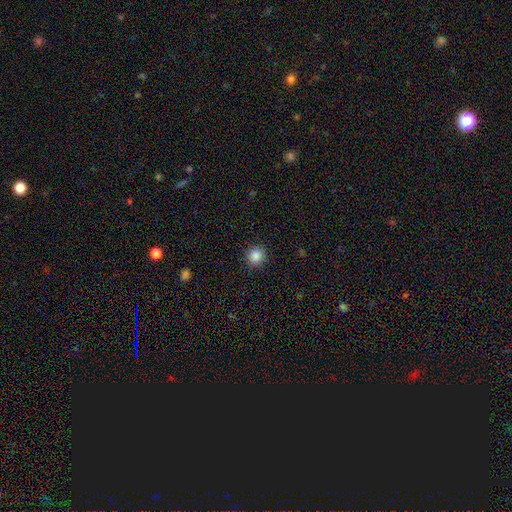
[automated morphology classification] A smooth galaxy with no disk features (86%) that is round (93%).

Vote fractions:
- Smooth or featured? smooth: 86% / star or artifact: 10% / featured or disk: 4%
- How rounded? round: 93% / in between: 6% / cigar-shaped: 1%
- Merging? none: 92% / minor disturbance: 5% / major disturbance: 2% / merger: 1%